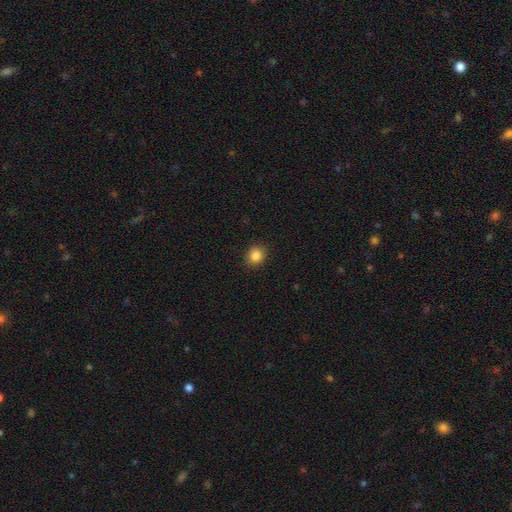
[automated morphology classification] type=smooth (86%); roundness=round (74%); merging=none (89%).